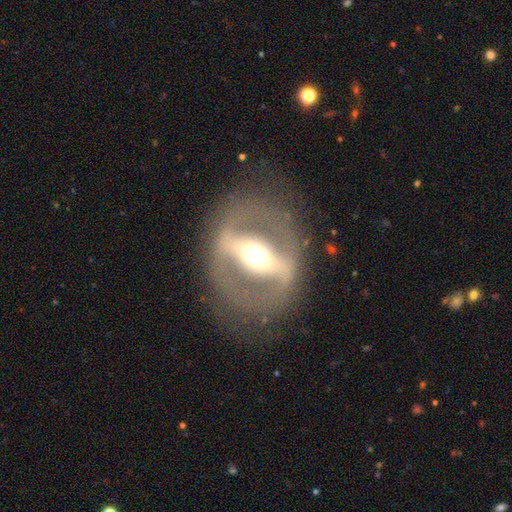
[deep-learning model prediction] Smooth or featured?
  - featured or disk: 81% *
  - smooth: 13%
  - star or artifact: 6%
Edge-on disk?
  - no: 81% *
  - yes: 19%
Bar?
  - strong: 80% *
  - weak: 12%
  - no: 8%
Spiral arms?
  - no: 69% *
  - yes: 31%
Bulge size?
  - moderate: 57% *
  - large: 30%
  - small: 7%
  - dominant: 5%
  - none: 1%
Merging?
  - none: 77% *
  - major disturbance: 11%
  - minor disturbance: 11%
  - merger: 1%